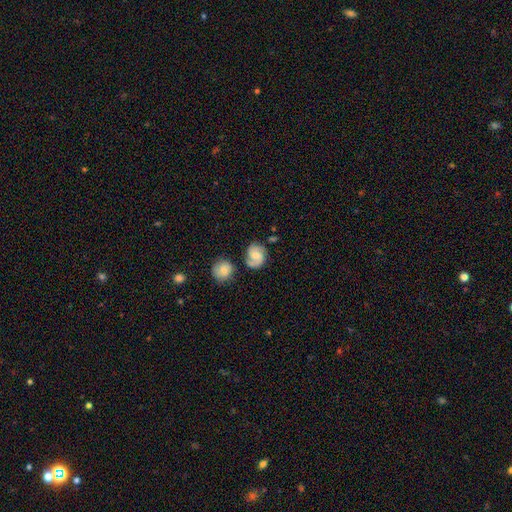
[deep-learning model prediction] Q: Smooth or featured?
A: featured or disk (68%); runner-up: smooth (24%)
Q: Edge-on disk?
A: no (98%); runner-up: yes (2%)
Q: Bar?
A: no (51%); runner-up: weak (41%)
Q: Spiral arms?
A: yes (94%); runner-up: no (6%)
Q: Spiral winding?
A: medium (50%); runner-up: tight (32%)
Q: Spiral arm count?
A: 2 (85%); runner-up: can't tell (7%)
Q: Bulge size?
A: moderate (52%); runner-up: small (38%)
Q: Merging?
A: none (67%); runner-up: minor disturbance (18%)